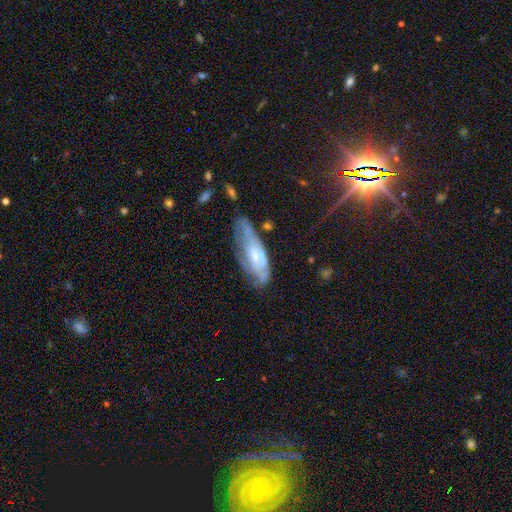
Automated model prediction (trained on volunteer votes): Smooth or featured: featured or disk — 59% (smooth — 31%)
Edge-on disk: no — 78% (yes — 22%)
Merging: none — 51% (minor disturbance — 31%)